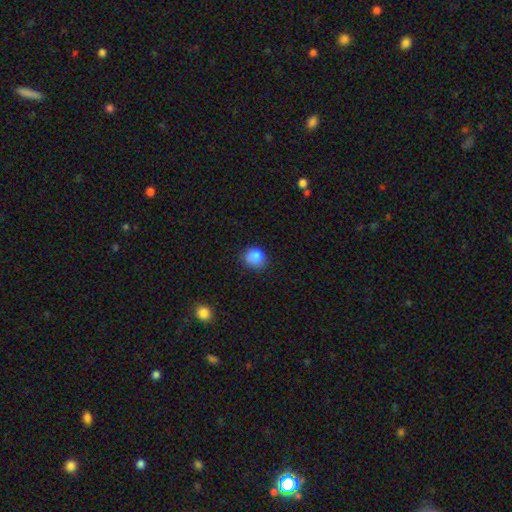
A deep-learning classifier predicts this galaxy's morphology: Q: Smooth or featured?
A: smooth (83%); runner-up: star or artifact (10%)
Q: How rounded?
A: round (68%); runner-up: in between (31%)
Q: Merging?
A: none (64%); runner-up: minor disturbance (27%)